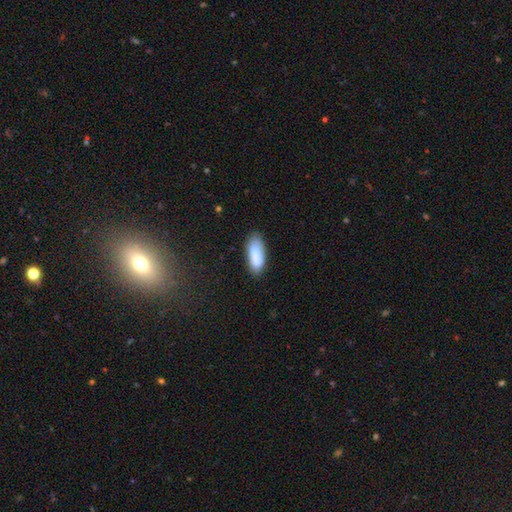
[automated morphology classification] smooth-or-featured: smooth: 81% | featured or disk: 12% | star or artifact: 7%
  how-rounded: in between: 76% | cigar-shaped: 23% | round: 2%
  merging: none: 72% | minor disturbance: 20% | major disturbance: 5% | merger: 3%